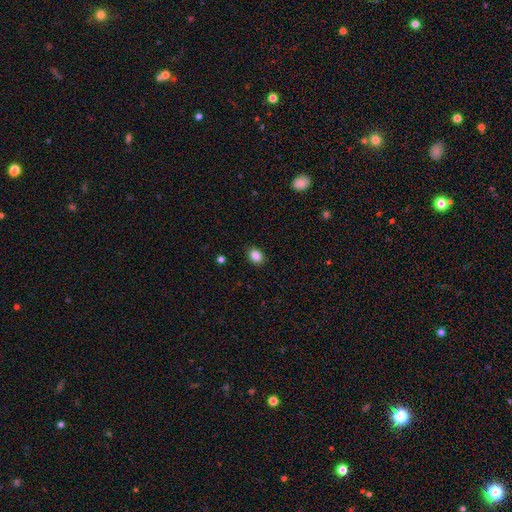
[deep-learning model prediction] The model was most divided on "how rounded": in between: 61%, round: 38%, cigar-shaped: 1%. More confident: merging — none (90%); smooth or featured — smooth (86%).